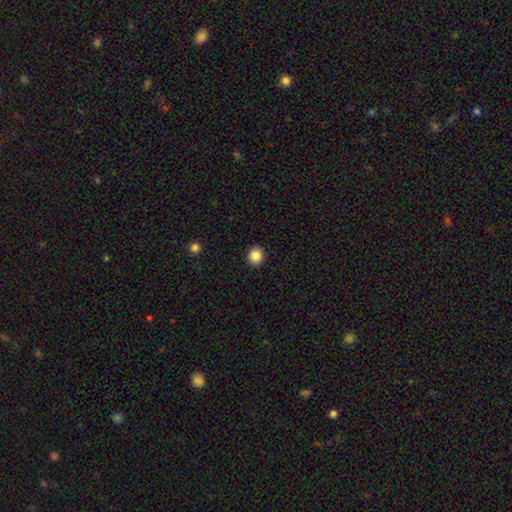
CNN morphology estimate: This is clearly a smooth galaxy (87%). How rounded: clearly round (90%). Merging: clearly none (92%).